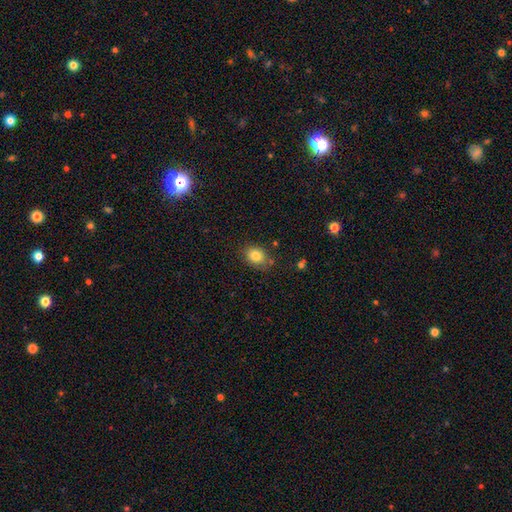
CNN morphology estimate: smooth-or-featured: smooth: 83% | star or artifact: 10% | featured or disk: 7%
  how-rounded: in between: 60% | round: 39% | cigar-shaped: 1%
  merging: none: 79% | minor disturbance: 14% | merger: 3% | major disturbance: 3%